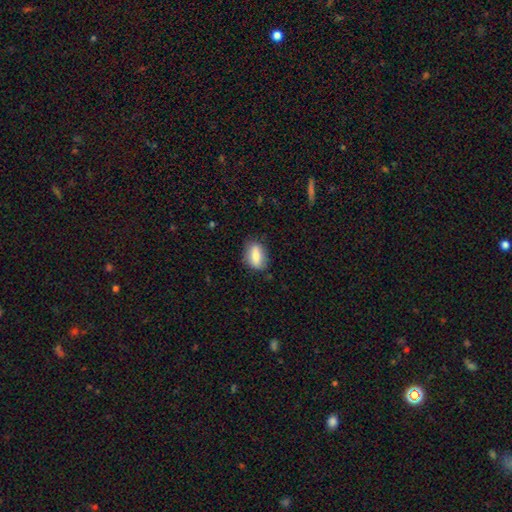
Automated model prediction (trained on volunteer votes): A smooth galaxy with no disk features (74%) that is in between round and cigar-shaped (82%). Merging: none (80%).